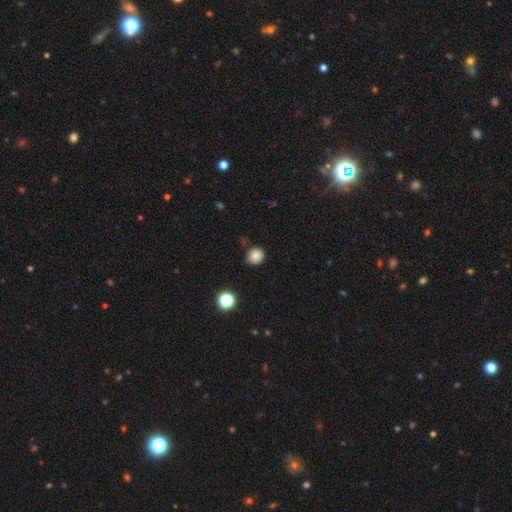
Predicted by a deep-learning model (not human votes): A smooth galaxy with no disk features (82%) that is round (89%).

Vote fractions:
- Smooth or featured? smooth: 82% / star or artifact: 12% / featured or disk: 6%
- How rounded? round: 89% / in between: 10% / cigar-shaped: 1%
- Merging? none: 76% / minor disturbance: 18% / merger: 4% / major disturbance: 3%